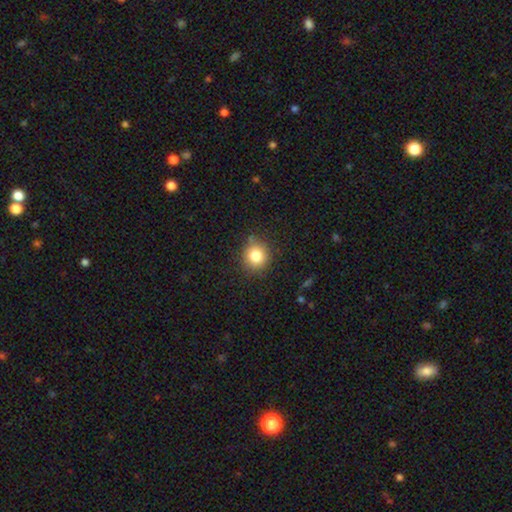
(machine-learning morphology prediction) A smooth galaxy with no disk features (82%) that is round (87%). Merging: none (83%).